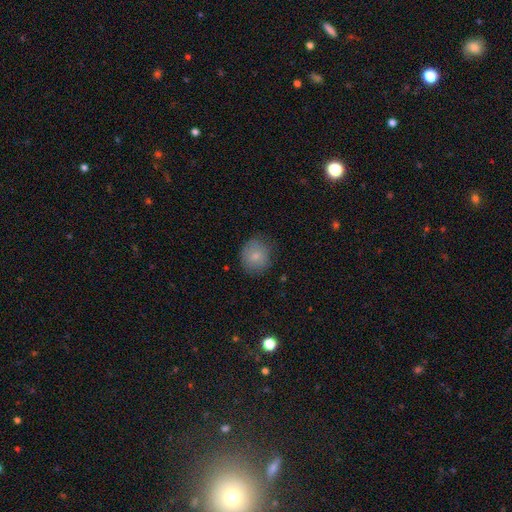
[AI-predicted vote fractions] Smooth or featured: smooth — 80% (featured or disk — 12%)
How rounded: round — 81% (in between — 18%)
Merging: none — 76% (minor disturbance — 19%)